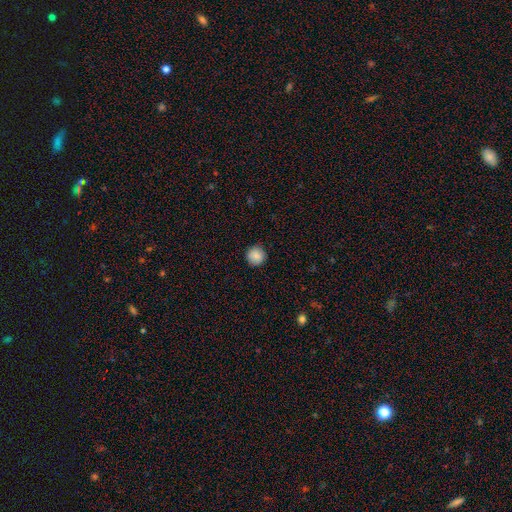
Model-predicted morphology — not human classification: smooth_or_featured: smooth (p=0.86) [alt: star or artifact p=0.08]
how_rounded: round (p=0.95) [alt: in between p=0.04]
merging: none (p=0.89) [alt: minor disturbance p=0.08]